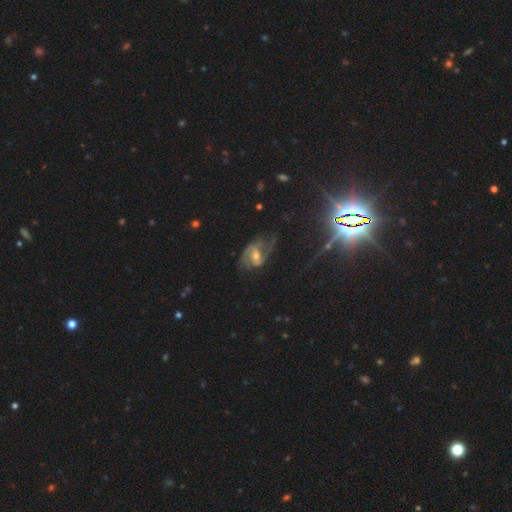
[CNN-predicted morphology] featured or disk 80%, smooth 10%, star or artifact 10%. Down the decision tree: edge-on disk — no (97%); bar — weak (47%); spiral arms — yes (92%); spiral arm count — 2 (82%); spiral winding — medium (45%); bulge size — moderate (57%); merging — none (58%).